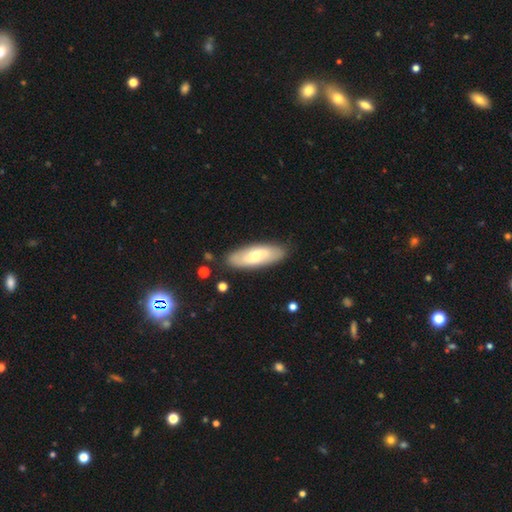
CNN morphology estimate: Smooth or featured? Predicted: featured or disk (p=0.48). Merging? Predicted: none (p=0.85).